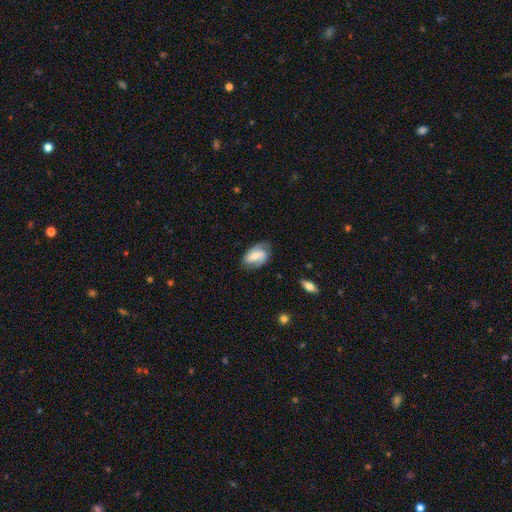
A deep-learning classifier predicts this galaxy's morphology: featured or disk 64%, smooth 29%, star or artifact 7%. Down the decision tree: edge-on disk — no (96%); bar — weak (42%); spiral arms — yes (91%); spiral arm count — 2 (74%); spiral winding — medium (42%); bulge size — moderate (45%); merging — none (69%).